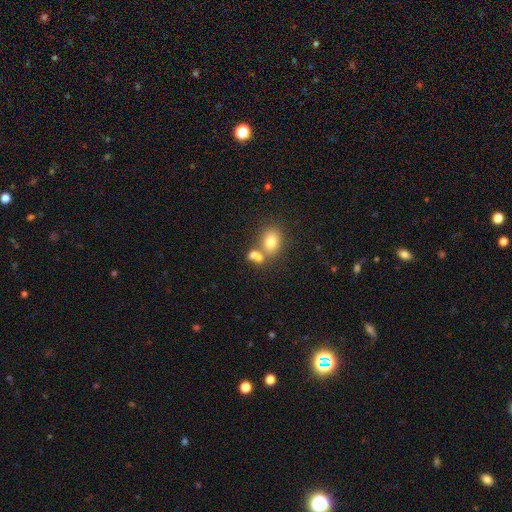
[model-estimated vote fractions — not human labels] This appears to be a smooth galaxy with no disk features (74%) that is in between round and cigar-shaped (58%). Merging: merger (47%).